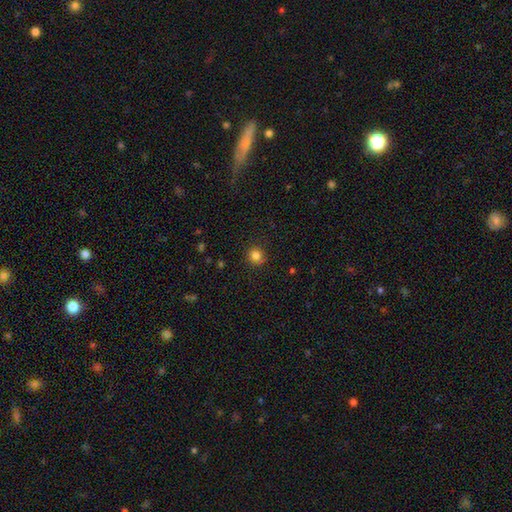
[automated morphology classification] The model was most divided on "smooth or featured": smooth: 83%, star or artifact: 13%, featured or disk: 4%. More confident: how rounded — round (92%); merging — none (89%).